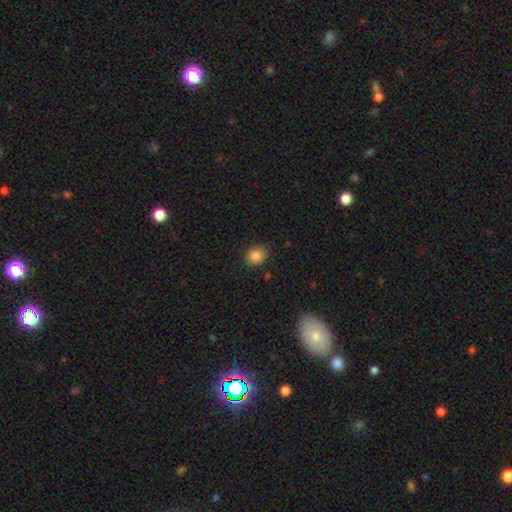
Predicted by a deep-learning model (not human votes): smooth-or-featured: smooth: 85% | star or artifact: 10% | featured or disk: 4%
  how-rounded: round: 64% | in between: 35% | cigar-shaped: 1%
  merging: none: 82% | minor disturbance: 14% | major disturbance: 3% | merger: 2%